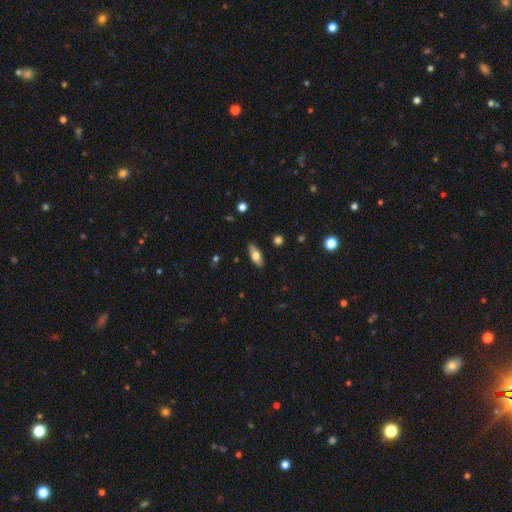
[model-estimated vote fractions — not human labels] A smooth galaxy with no disk features (67%) that is in between round and cigar-shaped (76%).

Vote fractions:
- Smooth or featured? smooth: 67% / featured or disk: 26% / star or artifact: 7%
- How rounded? in between: 76% / cigar-shaped: 21% / round: 3%
- Merging? none: 85% / minor disturbance: 11% / major disturbance: 2% / merger: 1%